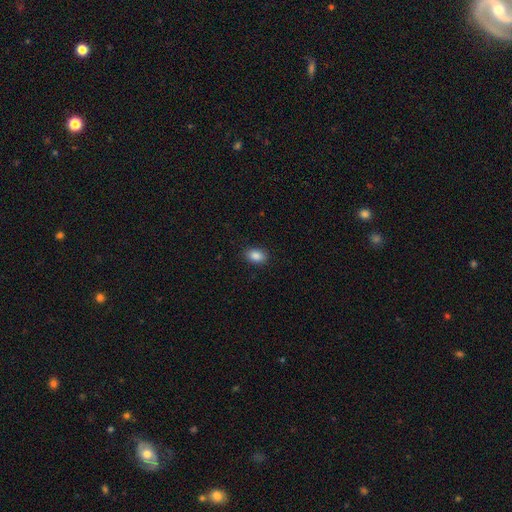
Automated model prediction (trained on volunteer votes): Overall: smooth (88%). How rounded: in between (85%). Merging: none (89%).